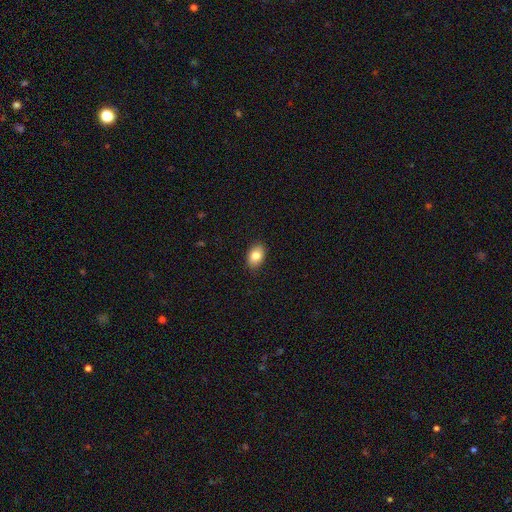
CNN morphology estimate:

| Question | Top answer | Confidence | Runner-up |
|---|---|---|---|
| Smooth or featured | smooth | 84% | featured or disk (8%) |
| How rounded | in between | 85% | round (14%) |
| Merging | none | 88% | minor disturbance (9%) |